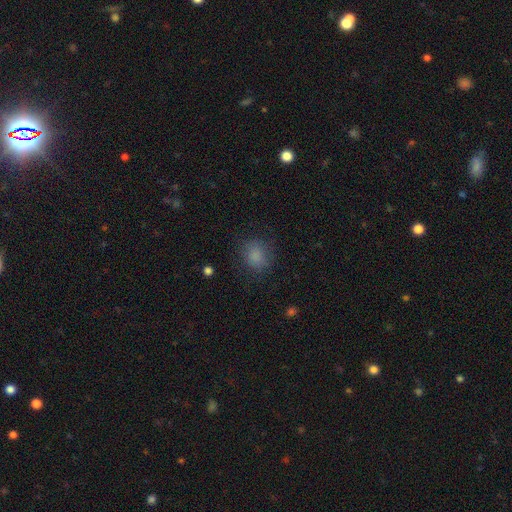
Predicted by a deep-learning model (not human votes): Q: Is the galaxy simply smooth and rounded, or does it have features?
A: smooth — 83%.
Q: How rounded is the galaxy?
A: round — 74%.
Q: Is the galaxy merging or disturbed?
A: none — 79%.